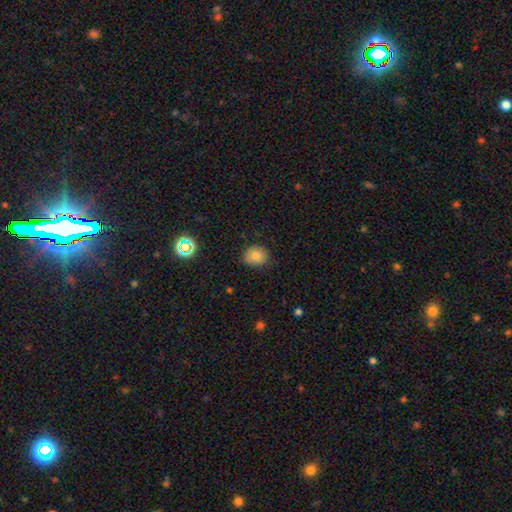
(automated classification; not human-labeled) Smooth or featured?
  - smooth: 79% *
  - star or artifact: 12%
  - featured or disk: 9%
How rounded?
  - round: 66% *
  - in between: 33%
  - cigar-shaped: 1%
Merging?
  - none: 81% *
  - minor disturbance: 15%
  - major disturbance: 3%
  - merger: 1%